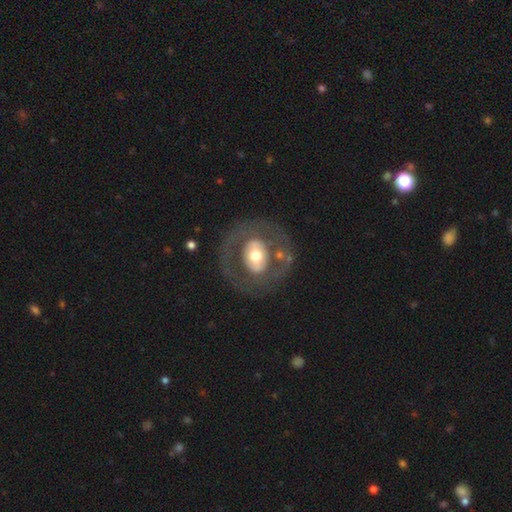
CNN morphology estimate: Overall: featured or disk (61%; smooth 33%). Edge-on disk: no (95%). Bar: no (59%; weak 23%). Spiral arms: no (77%). Bulge size: moderate (61%; large 27%). Merging: none (72%).